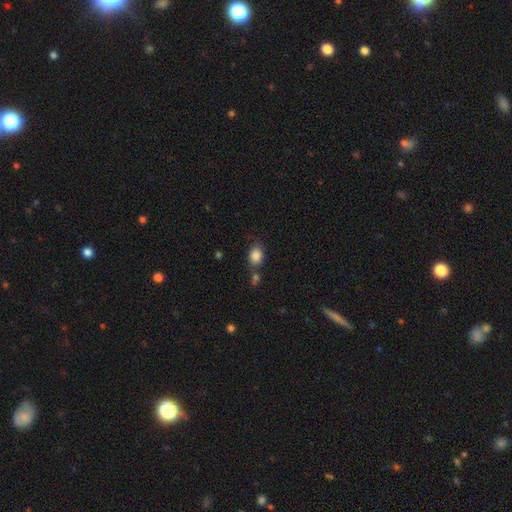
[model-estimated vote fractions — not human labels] Smooth or featured? Predicted: smooth (p=0.85). How rounded? Predicted: in between (p=0.52). Merging? Predicted: none (p=0.67).